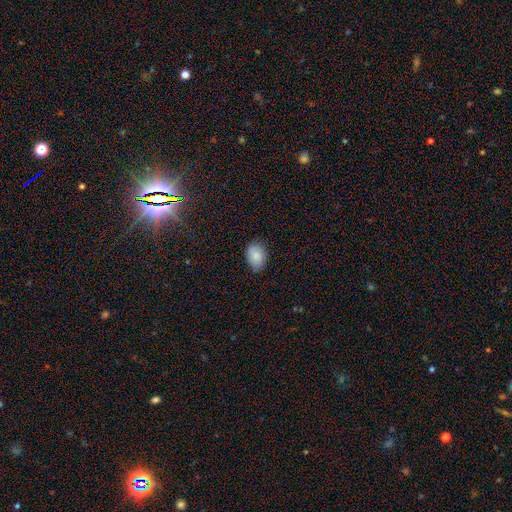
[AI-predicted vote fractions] Morphology: type=smooth (87%); roundness=in between (83%); merging=none (78%).